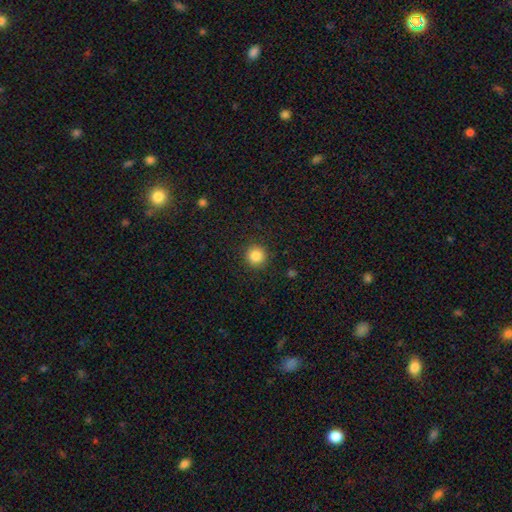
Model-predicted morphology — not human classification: Smooth or featured? Predicted: smooth (p=0.85). How rounded? Predicted: round (p=0.95). Merging? Predicted: none (p=0.92).